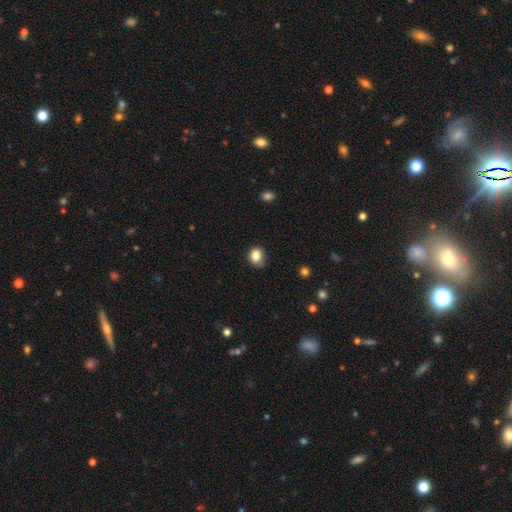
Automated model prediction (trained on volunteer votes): This appears to be a smooth galaxy with no disk features (85%) that is round (59%). Merging: none (73%).